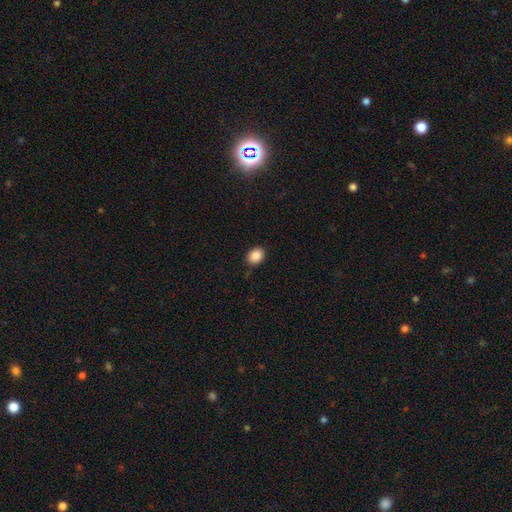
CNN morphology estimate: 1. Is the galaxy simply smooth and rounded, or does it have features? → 88% smooth, 9% star or artifact, 3% featured or disk.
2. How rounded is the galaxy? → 56% in between, 43% round, 1% cigar-shaped.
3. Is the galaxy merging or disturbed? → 87% none, 10% minor disturbance, 2% major disturbance, 1% merger.